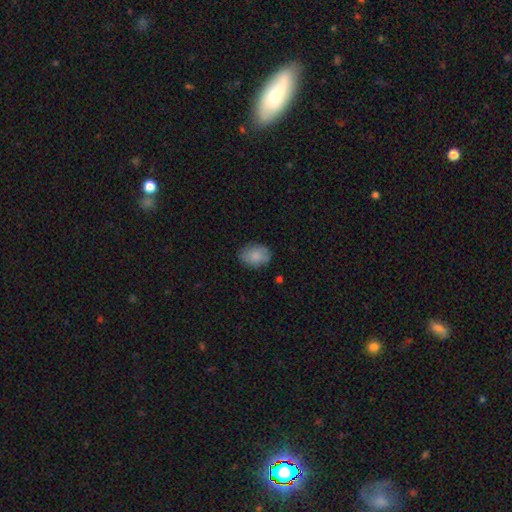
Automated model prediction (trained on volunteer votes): Overall: smooth (82%). How rounded: in between (70%). Merging: none (76%).